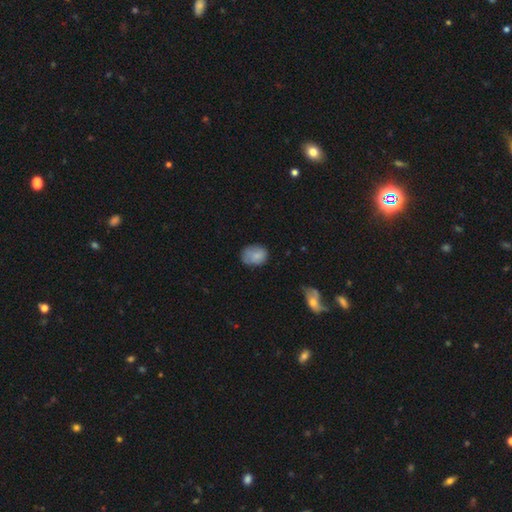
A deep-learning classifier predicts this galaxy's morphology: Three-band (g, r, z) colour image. It shows a smooth galaxy with no disk features (83%) that is in between round and cigar-shaped (63%). Merging: none (62%).